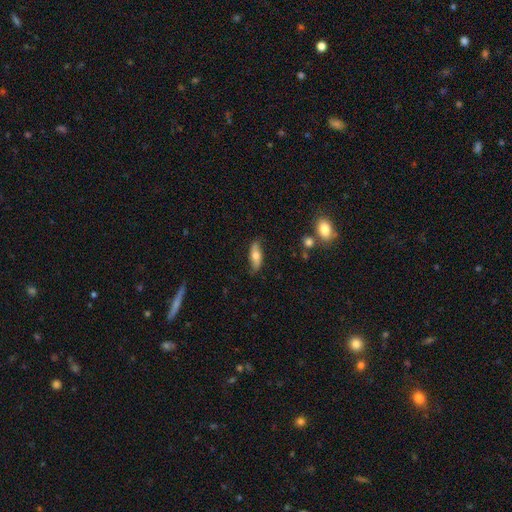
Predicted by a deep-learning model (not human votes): smooth 56%, featured or disk 37%, star or artifact 7%. Down the decision tree: how rounded — in between (69%); merging — none (77%).